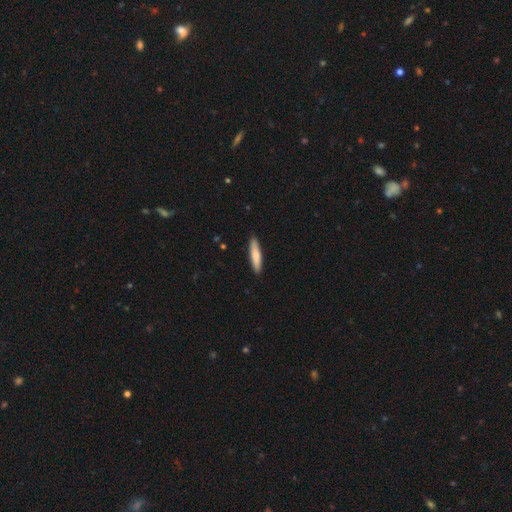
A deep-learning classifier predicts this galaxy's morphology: A smooth galaxy with no disk features (77%) that is cigar-shaped (83%).

Vote fractions:
- Smooth or featured? smooth: 77% / featured or disk: 18% / star or artifact: 5%
- How rounded? cigar-shaped: 83% / in between: 15% / round: 1%
- Merging? none: 90% / minor disturbance: 7% / major disturbance: 1% / merger: 1%